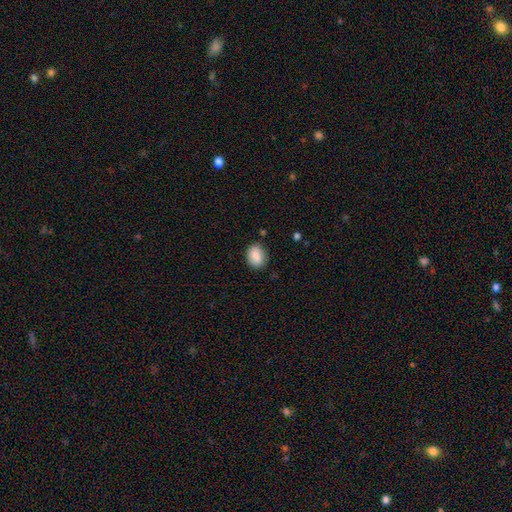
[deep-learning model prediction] smooth-or-featured: smooth: 85% | star or artifact: 7% | featured or disk: 7%
  how-rounded: in between: 68% | round: 31% | cigar-shaped: 1%
  merging: none: 81% | minor disturbance: 14% | major disturbance: 3% | merger: 2%